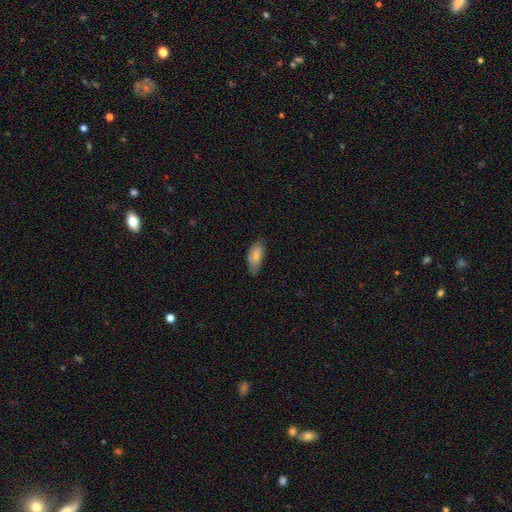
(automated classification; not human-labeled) This appears to be a smooth galaxy with no disk features (74%) that is in between round and cigar-shaped (90%). Merging: none (64%).